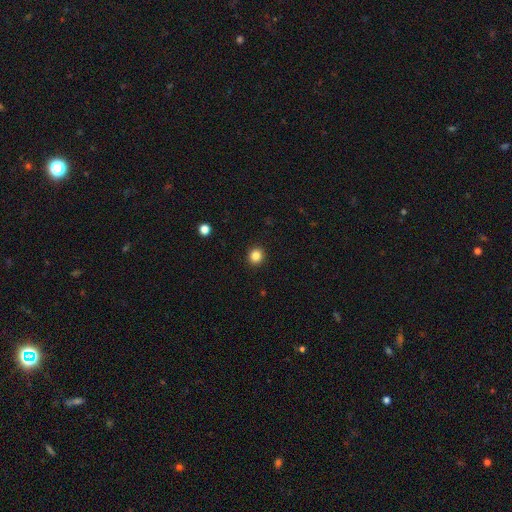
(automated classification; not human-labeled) smooth-or-featured: smooth: 85% | star or artifact: 11% | featured or disk: 4%
  how-rounded: round: 88% | in between: 11% | cigar-shaped: 1%
  merging: none: 92% | minor disturbance: 5% | major disturbance: 2% | merger: 1%